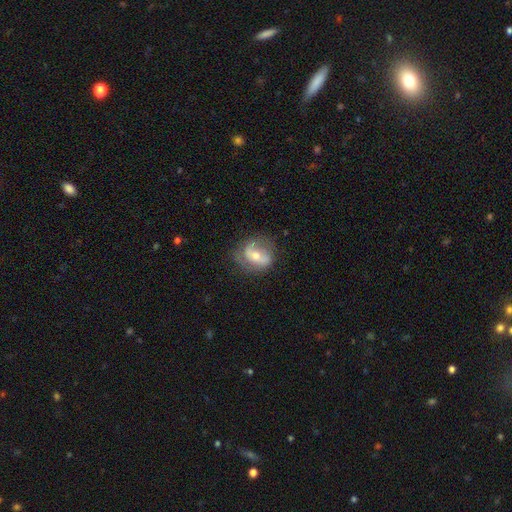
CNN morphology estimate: featured or disk 66%, smooth 26%, star or artifact 8%. Down the decision tree: edge-on disk — no (96%); bar — no (41%); spiral arms — yes (79%); spiral arm count — 2 (58%); spiral winding — medium (41%); bulge size — moderate (59%); merging — none (58%).